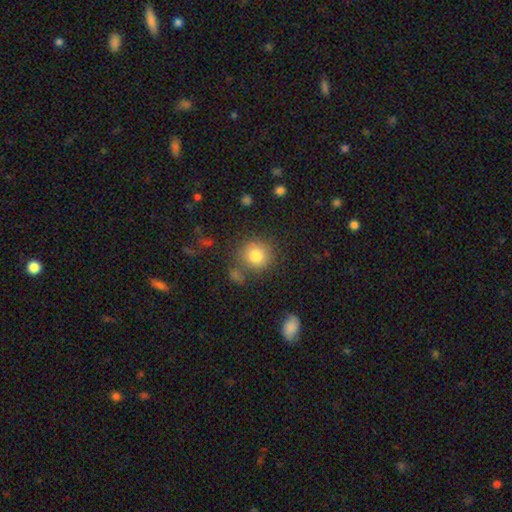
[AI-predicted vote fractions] smooth 81%, star or artifact 10%, featured or disk 8%. Down the decision tree: how rounded — round (90%); merging — none (74%).